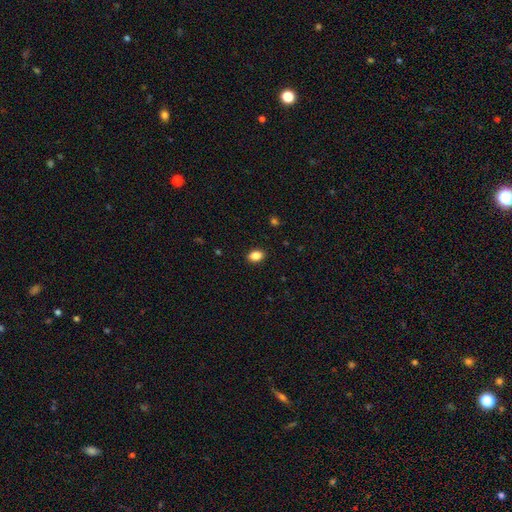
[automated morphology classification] Smooth or featured: smooth — 87% (star or artifact — 9%)
How rounded: in between — 80% (round — 19%)
Merging: none — 90% (minor disturbance — 7%)